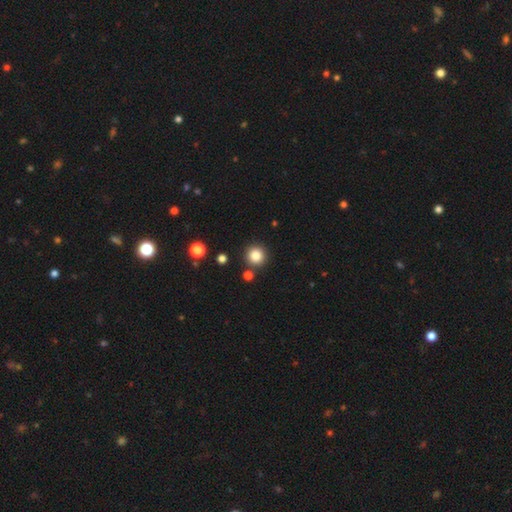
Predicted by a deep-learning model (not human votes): The model was most divided on "smooth or featured": smooth: 84%, star or artifact: 11%, featured or disk: 5%. More confident: how rounded — round (94%); merging — none (86%).